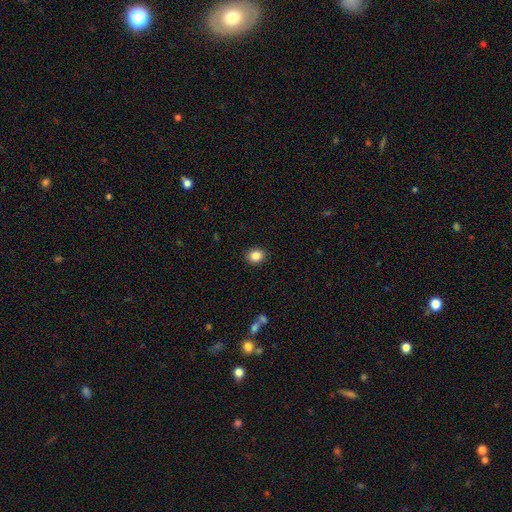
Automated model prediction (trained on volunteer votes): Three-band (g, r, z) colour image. It shows a smooth galaxy with no disk features (86%) that is round (67%). Merging: none (91%).